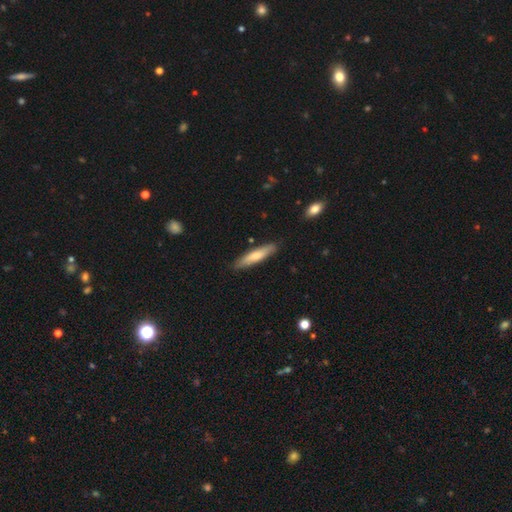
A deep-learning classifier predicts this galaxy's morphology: This appears to be a smooth galaxy with no disk features (70%) that is cigar-shaped (83%). Merging: none (86%).